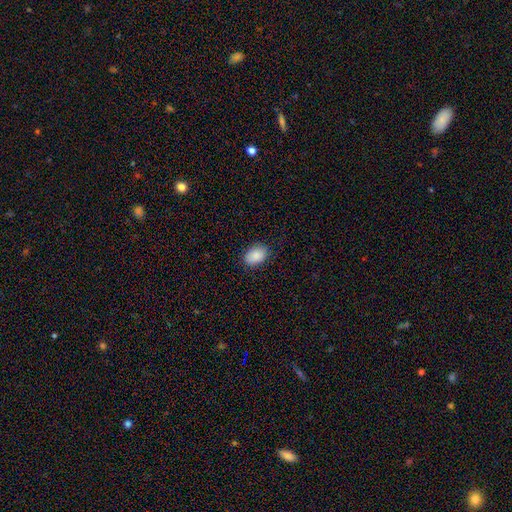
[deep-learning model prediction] Q: Smooth or featured?
A: smooth (88%); runner-up: star or artifact (7%)
Q: How rounded?
A: in between (84%); runner-up: round (15%)
Q: Merging?
A: none (86%); runner-up: minor disturbance (11%)